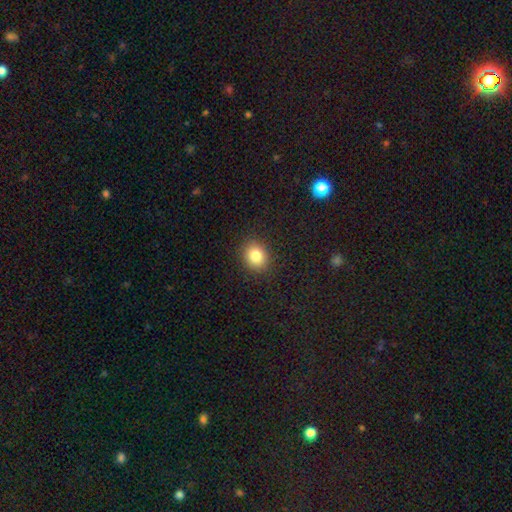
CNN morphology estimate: Q: Smooth or featured?
A: smooth (84%); runner-up: star or artifact (10%)
Q: How rounded?
A: round (60%); runner-up: in between (39%)
Q: Merging?
A: none (89%); runner-up: minor disturbance (8%)